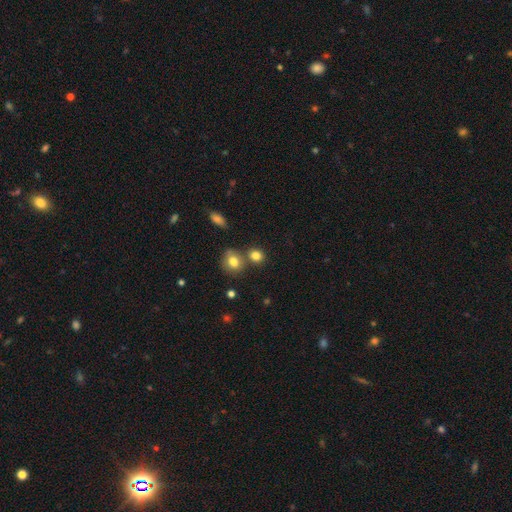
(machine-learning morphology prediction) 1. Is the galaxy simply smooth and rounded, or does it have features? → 81% smooth, 12% star or artifact, 7% featured or disk.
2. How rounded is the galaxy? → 75% round, 24% in between, 1% cigar-shaped.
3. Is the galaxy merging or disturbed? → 63% none, 23% merger, 10% minor disturbance, 3% major disturbance.